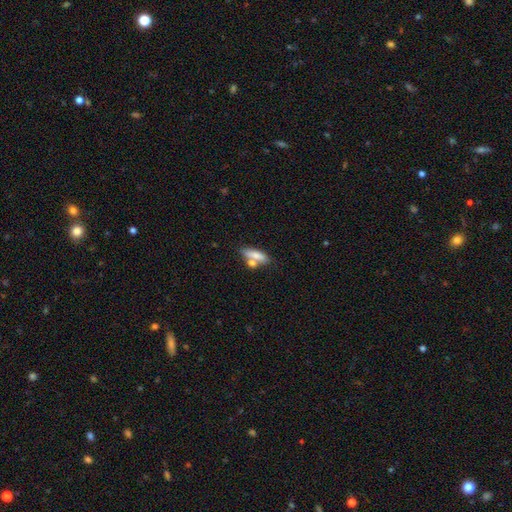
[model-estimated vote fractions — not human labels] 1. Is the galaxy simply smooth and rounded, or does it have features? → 75% smooth, 18% featured or disk, 7% star or artifact.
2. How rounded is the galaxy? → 49% in between, 46% cigar-shaped, 4% round.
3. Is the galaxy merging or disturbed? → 52% none, 30% merger, 13% minor disturbance, 4% major disturbance.